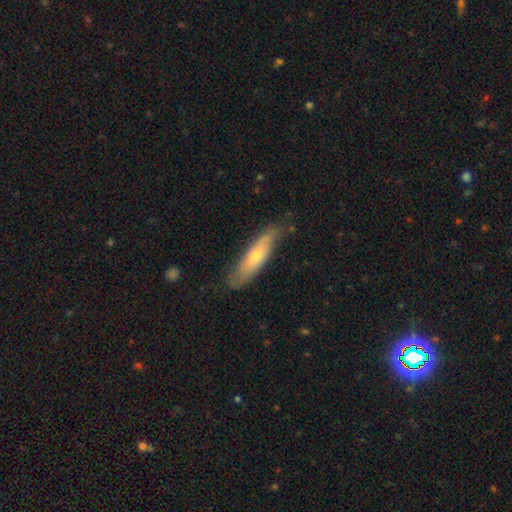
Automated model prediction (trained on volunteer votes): smooth_or_featured: smooth (p=0.52) [alt: featured or disk p=0.42]
how_rounded: cigar-shaped (p=0.67) [alt: in between p=0.31]
merging: none (p=0.71) [alt: minor disturbance p=0.23]